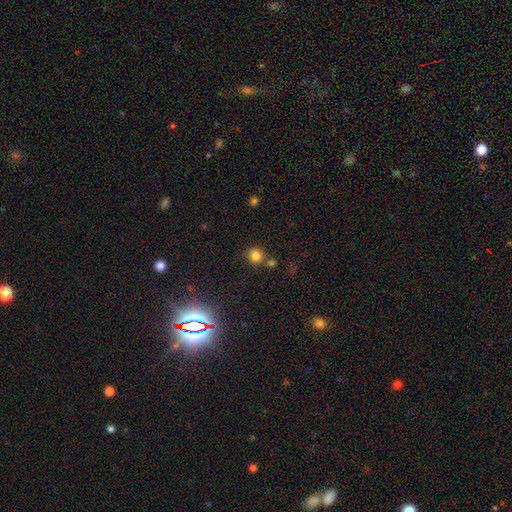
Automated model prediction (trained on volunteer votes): Smooth or featured?
  - smooth: 79% *
  - star or artifact: 15%
  - featured or disk: 6%
How rounded?
  - round: 89% *
  - in between: 10%
  - cigar-shaped: 1%
Merging?
  - none: 73% *
  - merger: 14%
  - minor disturbance: 10%
  - major disturbance: 3%